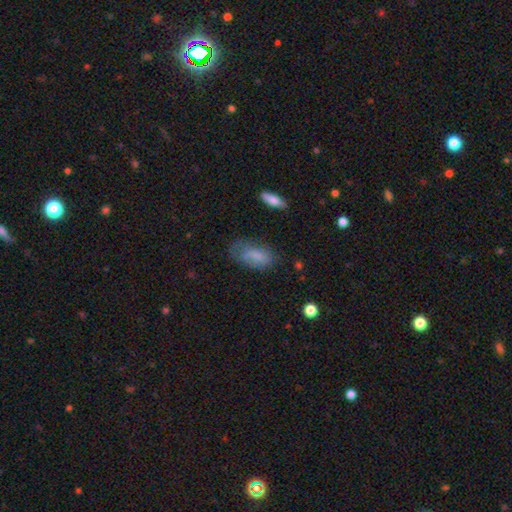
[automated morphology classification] Smooth or featured? Predicted: smooth (p=0.73). How rounded? Predicted: in between (p=0.89). Merging? Predicted: none (p=0.49).